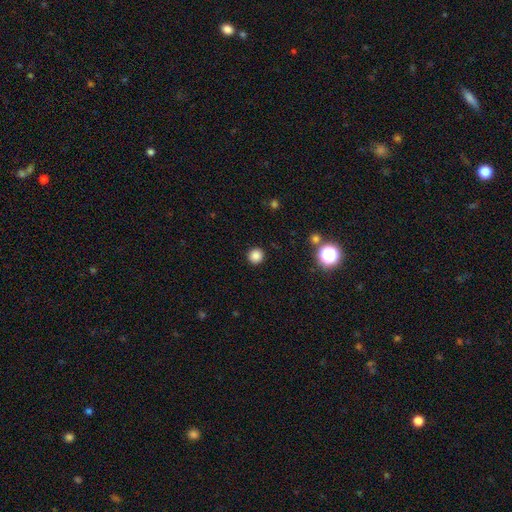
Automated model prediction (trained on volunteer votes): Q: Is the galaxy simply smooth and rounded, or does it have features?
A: smooth — 85%.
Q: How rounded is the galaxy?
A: round — 94%.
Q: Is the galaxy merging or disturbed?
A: none — 92%.